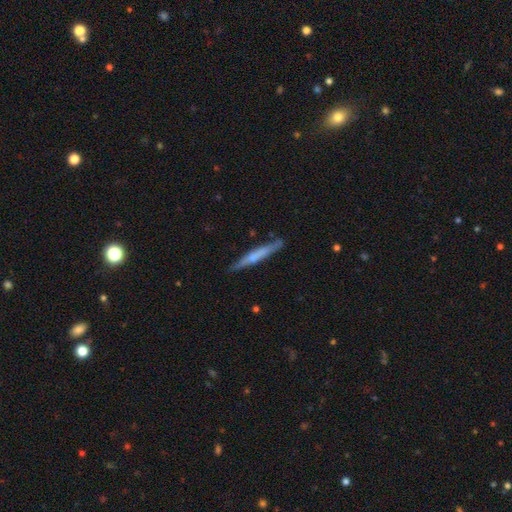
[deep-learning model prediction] featured or disk 55%, smooth 39%, star or artifact 6%. Down the decision tree: edge-on disk — yes (95%); edge-on bulge — rounded (56%); merging — none (85%).